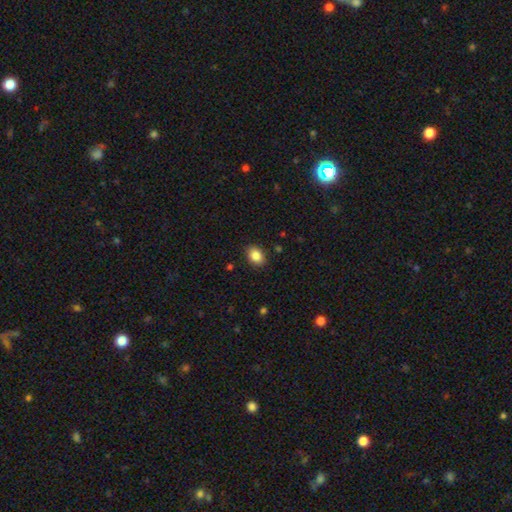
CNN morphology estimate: The model was most divided on "how rounded": in between: 75%, round: 24%, cigar-shaped: 1%. More confident: merging — none (88%); smooth or featured — smooth (86%).